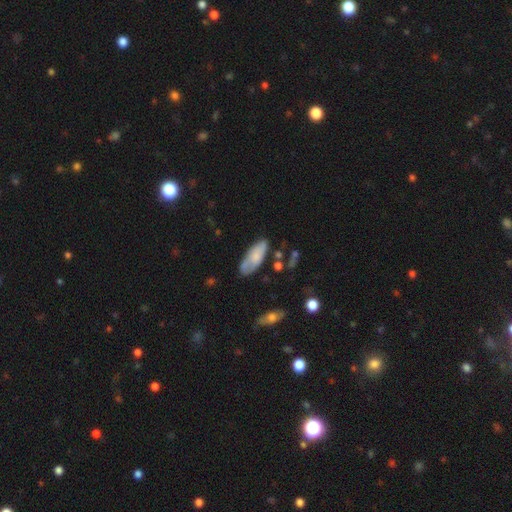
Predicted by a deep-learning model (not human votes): Q: Smooth or featured?
A: smooth (69%); runner-up: featured or disk (25%)
Q: How rounded?
A: in between (78%); runner-up: cigar-shaped (20%)
Q: Merging?
A: none (66%); runner-up: minor disturbance (24%)